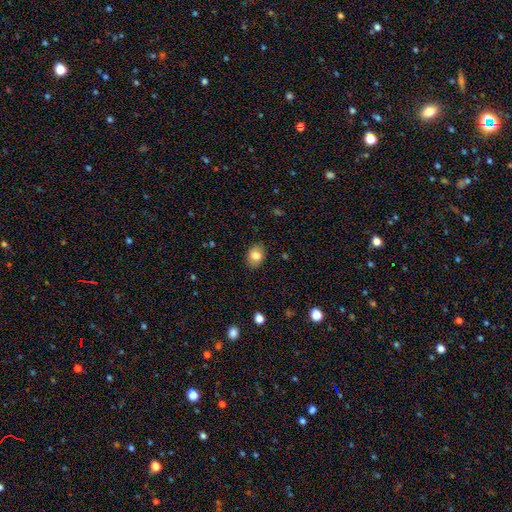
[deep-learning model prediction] A smooth galaxy with no disk features (82%) that is in between round and cigar-shaped (66%). Merging: none (85%).